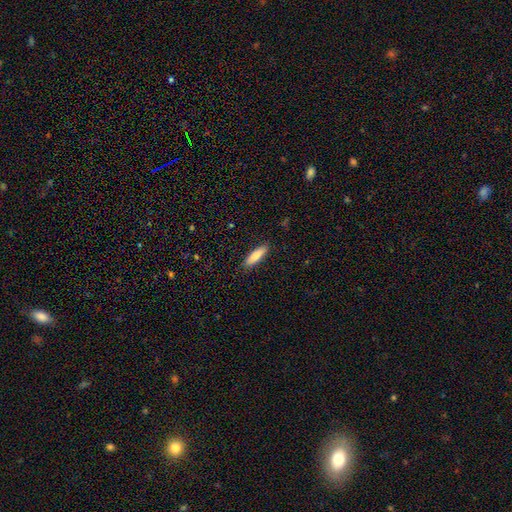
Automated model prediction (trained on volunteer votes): smooth_or_featured: smooth (p=0.84) [alt: featured or disk p=0.10]
how_rounded: cigar-shaped (p=0.62) [alt: in between p=0.37]
merging: none (p=0.88) [alt: minor disturbance p=0.09]